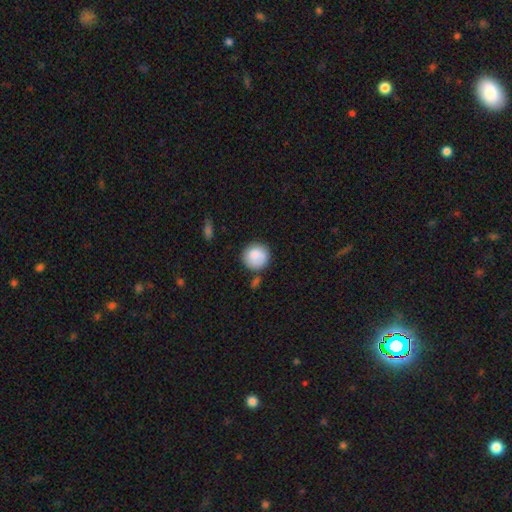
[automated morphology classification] smooth_or_featured: smooth (p=0.84) [alt: featured or disk p=0.09]
how_rounded: round (p=0.93) [alt: in between p=0.06]
merging: none (p=0.74) [alt: minor disturbance p=0.15]